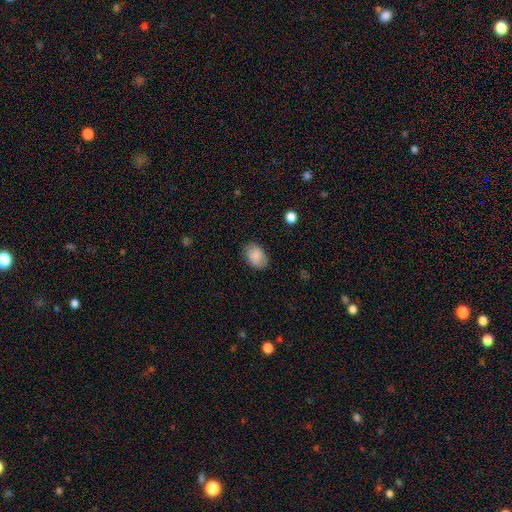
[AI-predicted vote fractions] Q: Smooth or featured?
A: smooth (85%); runner-up: featured or disk (7%)
Q: How rounded?
A: in between (78%); runner-up: round (21%)
Q: Merging?
A: none (82%); runner-up: minor disturbance (14%)